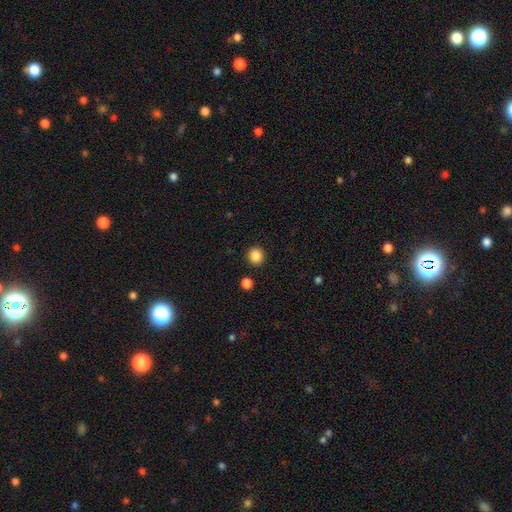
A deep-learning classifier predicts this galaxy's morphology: This appears to be a smooth galaxy with no disk features (86%) that is round (92%). Merging: none (91%).